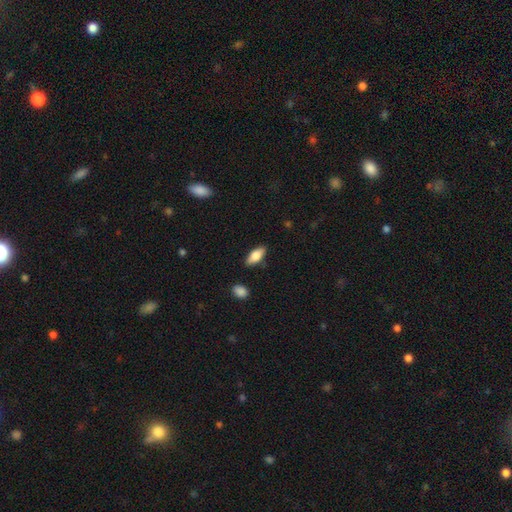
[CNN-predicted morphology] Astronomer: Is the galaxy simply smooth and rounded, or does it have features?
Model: smooth — 75%.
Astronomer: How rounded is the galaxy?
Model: in between — 78%.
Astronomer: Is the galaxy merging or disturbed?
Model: none — 85%.